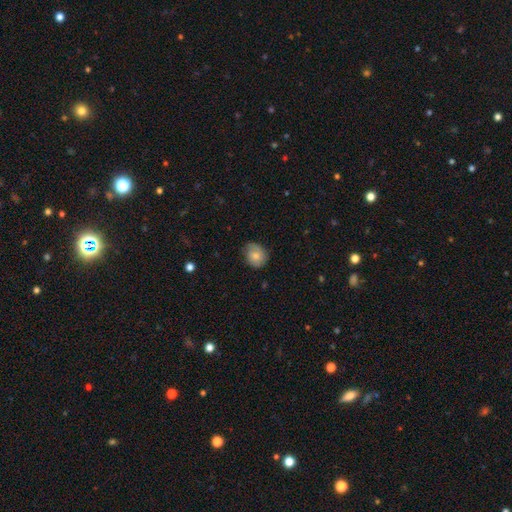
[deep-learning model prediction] This appears to be a smooth galaxy with no disk features (62%) that is round (65%). Merging: none (67%).